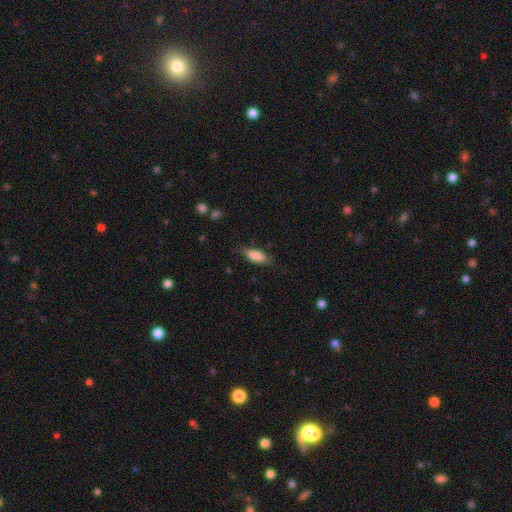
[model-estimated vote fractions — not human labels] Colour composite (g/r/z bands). It shows a smooth galaxy with no disk features (84%) that is in between round and cigar-shaped (77%). Merging: none (73%).